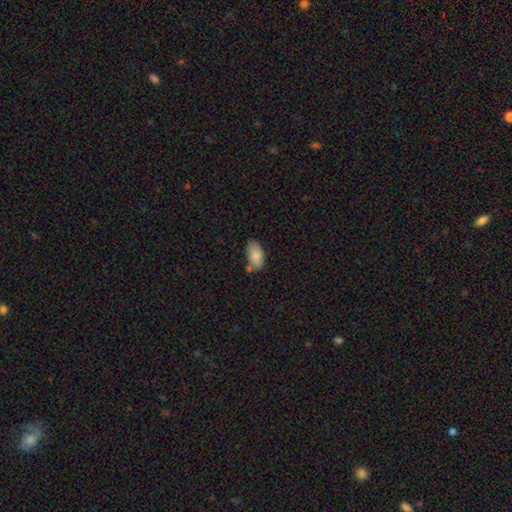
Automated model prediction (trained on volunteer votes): This is clearly a smooth galaxy (86%). How rounded: clearly in between (95%). Merging: likely none (64%).